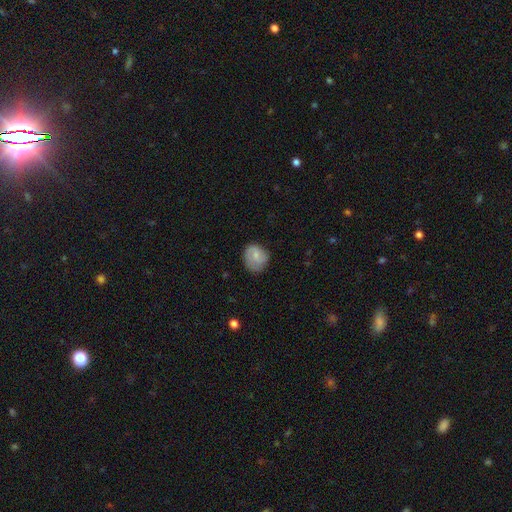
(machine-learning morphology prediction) Smooth or featured: smooth — 63% (featured or disk — 30%)
How rounded: round — 71% (in between — 28%)
Merging: none — 63% (minor disturbance — 27%)